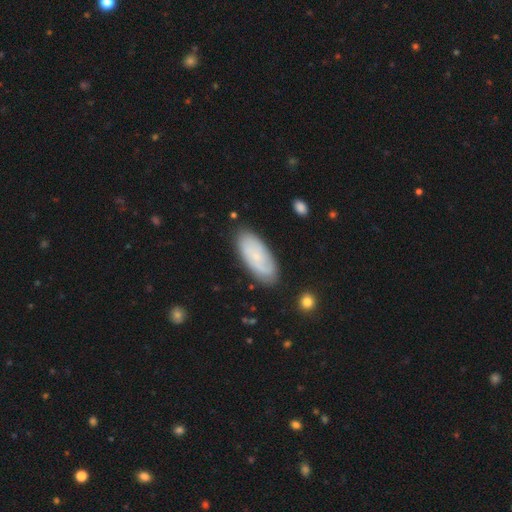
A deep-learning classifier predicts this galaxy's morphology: Q: Smooth or featured?
A: smooth (54%); runner-up: featured or disk (39%)
Q: How rounded?
A: in between (86%); runner-up: cigar-shaped (12%)
Q: Merging?
A: none (81%); runner-up: minor disturbance (14%)